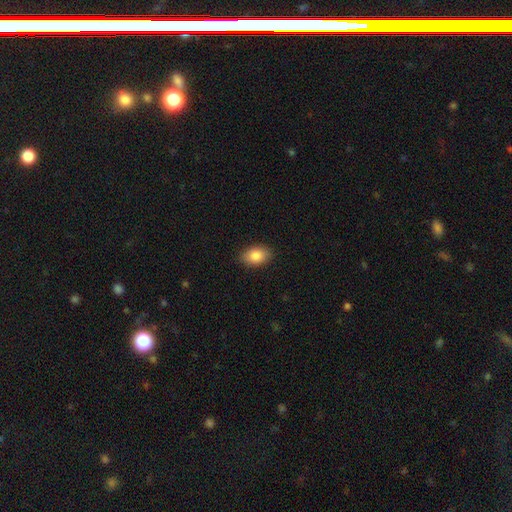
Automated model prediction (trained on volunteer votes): smooth_or_featured: smooth (p=0.85) [alt: featured or disk p=0.08]
how_rounded: in between (p=0.88) [alt: round p=0.10]
merging: none (p=0.88) [alt: minor disturbance p=0.09]